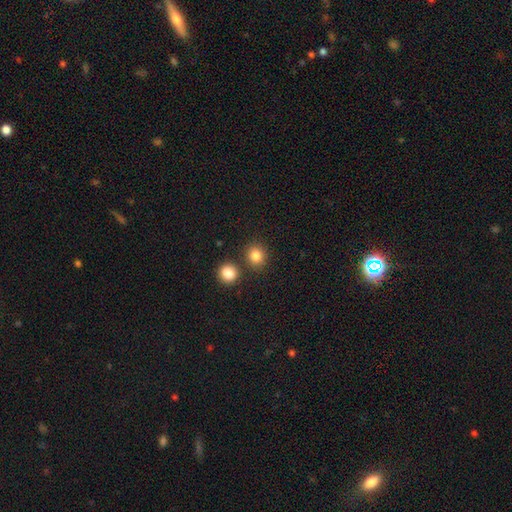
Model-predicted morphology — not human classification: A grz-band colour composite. It shows a smooth galaxy with no disk features (83%) that is round (85%). Merging: none (79%).